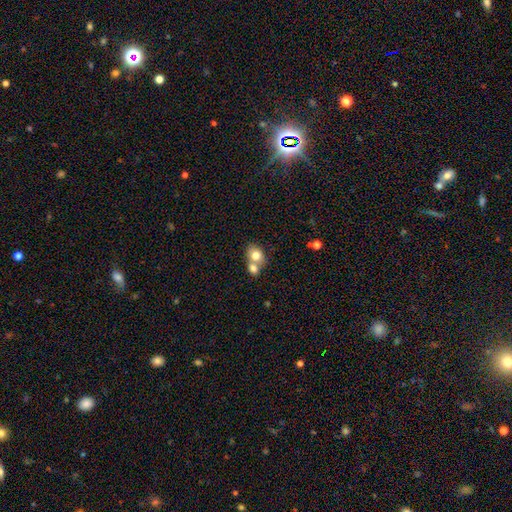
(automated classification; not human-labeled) smooth_or_featured: smooth (p=0.76) [alt: featured or disk p=0.15]
how_rounded: in between (p=0.51) [alt: round p=0.48]
merging: merger (p=0.54) [alt: none p=0.35]